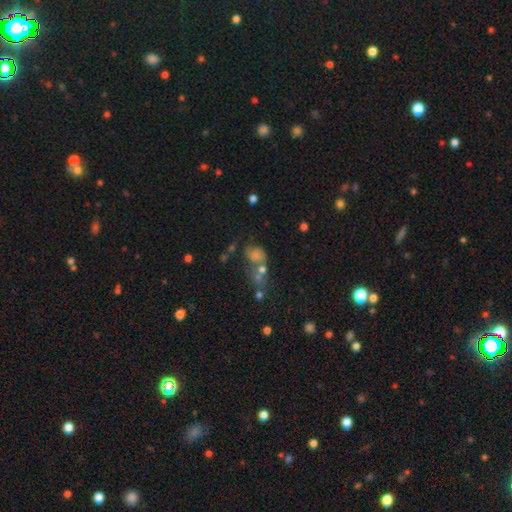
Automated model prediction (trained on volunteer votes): This appears to be a smooth galaxy with no disk features (49%). Merging: none (37%).